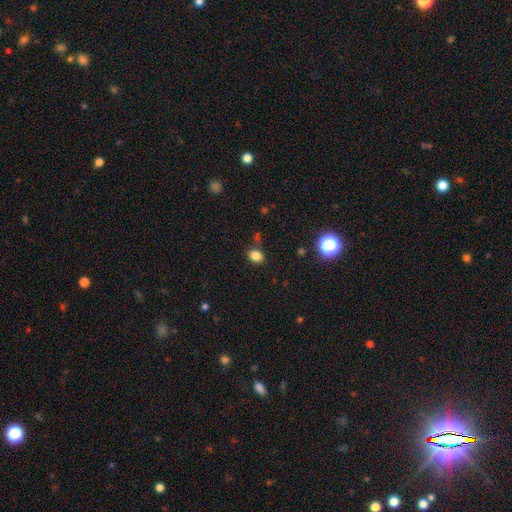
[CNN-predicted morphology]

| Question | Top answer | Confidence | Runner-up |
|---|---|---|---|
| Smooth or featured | smooth | 82% | star or artifact (13%) |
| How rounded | in between | 66% | round (33%) |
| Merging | none | 79% | minor disturbance (13%) |